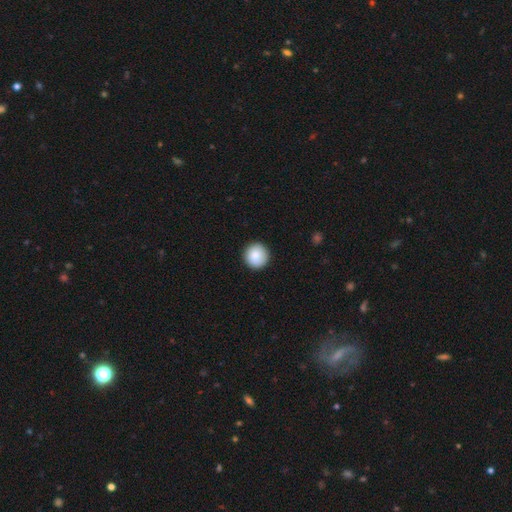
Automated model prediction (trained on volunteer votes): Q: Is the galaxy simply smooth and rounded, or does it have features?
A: smooth — 87%.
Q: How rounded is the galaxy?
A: round — 95%.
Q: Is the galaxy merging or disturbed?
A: none — 92%.